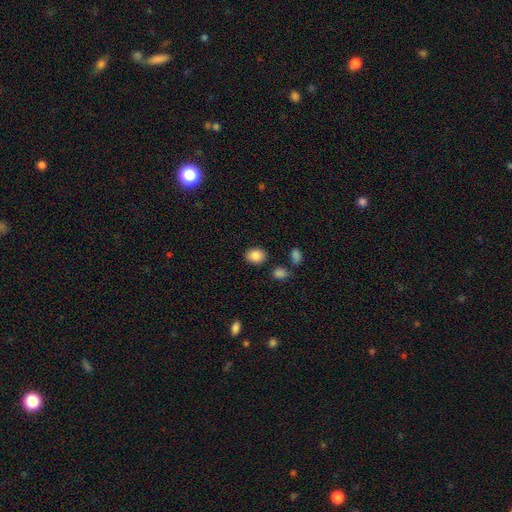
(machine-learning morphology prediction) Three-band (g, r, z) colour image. It shows a smooth galaxy with no disk features (86%) that is round (51%). Merging: none (85%).